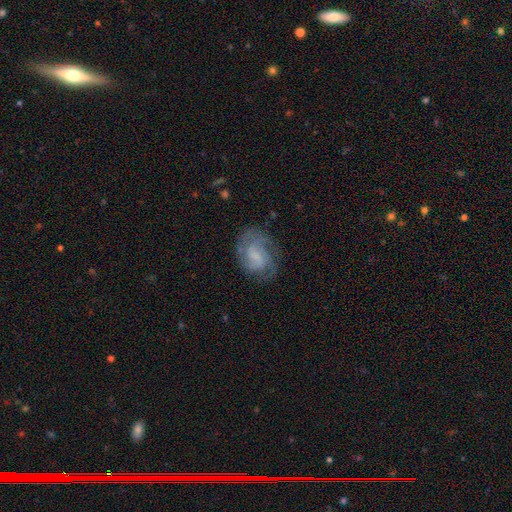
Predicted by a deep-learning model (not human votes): This is likely a featured or disk galaxy (69%). It is clearly not viewed edge-on (98%). Bar: possibly weak (50%). Spiral arm pattern: clearly yes (90%). Spiral arm count: marginally 2 (40%). Spiral winding: marginally medium (43%). Central bulge: marginally small (39%). Merging: likely none (67%).